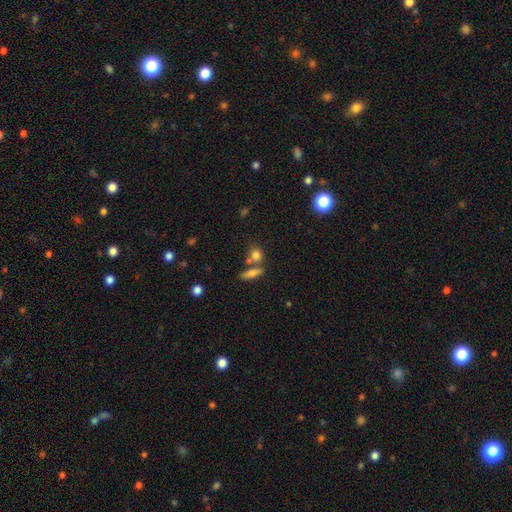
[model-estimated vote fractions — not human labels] A smooth galaxy with no disk features (77%) that is round (51%). Merging: none (57%).